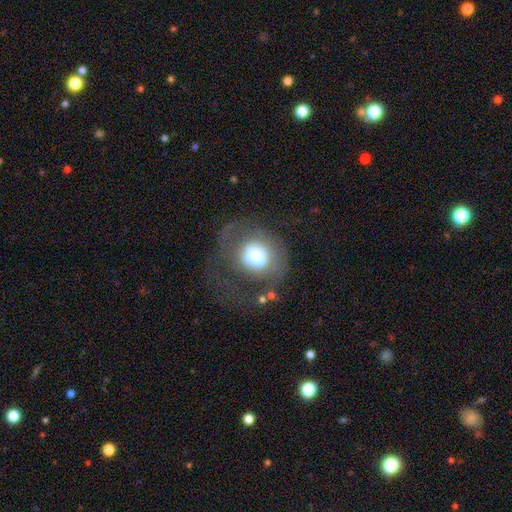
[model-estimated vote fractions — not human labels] smooth 48%, featured or disk 42%, star or artifact 10%. Down the decision tree: merging — major disturbance (44%).